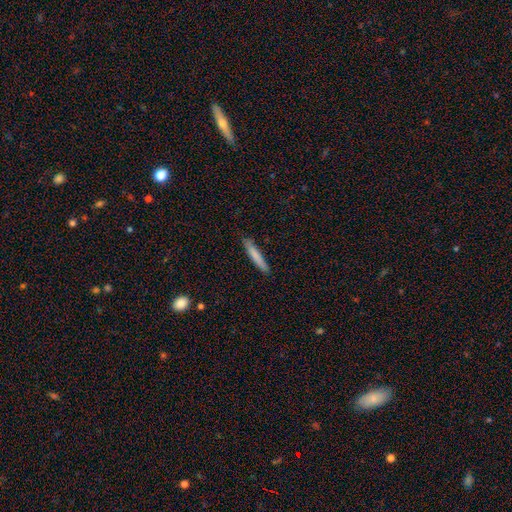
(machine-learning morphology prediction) Smooth or featured: smooth — 79% (featured or disk — 16%)
How rounded: cigar-shaped — 93% (in between — 5%)
Merging: none — 87% (minor disturbance — 10%)